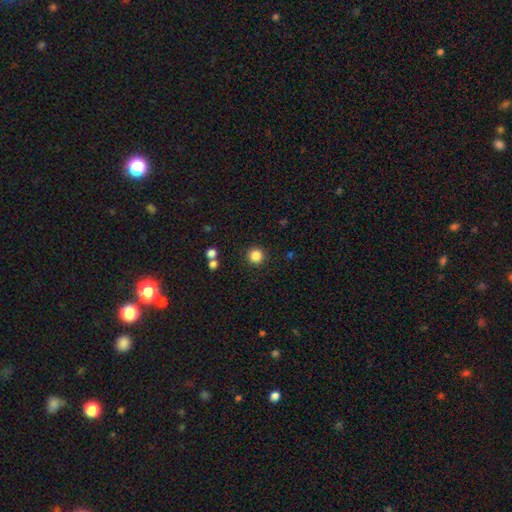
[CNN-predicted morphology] Smooth or featured? Predicted: smooth (p=0.85). How rounded? Predicted: round (p=0.95). Merging? Predicted: none (p=0.90).